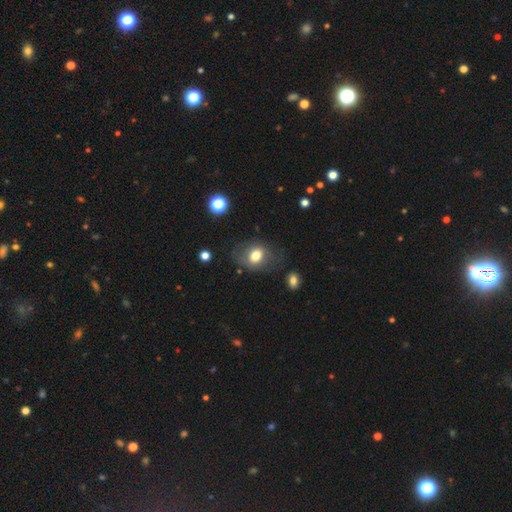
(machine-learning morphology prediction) A smooth galaxy with no disk features (71%) that is in between round and cigar-shaped (60%). Merging: none (65%).